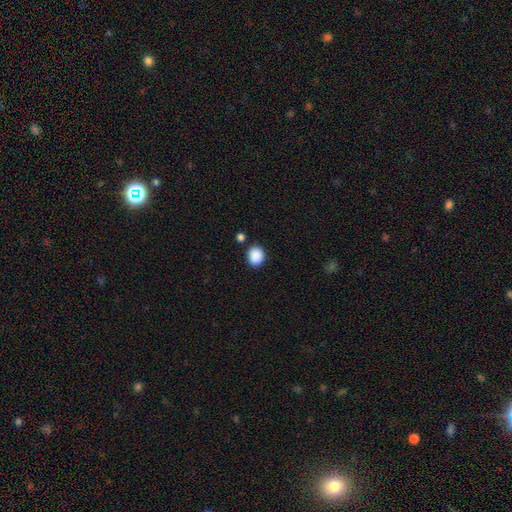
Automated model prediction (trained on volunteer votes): smooth_or_featured: smooth (p=0.89) [alt: star or artifact p=0.08]
how_rounded: round (p=0.56) [alt: in between p=0.43]
merging: none (p=0.84) [alt: minor disturbance p=0.09]